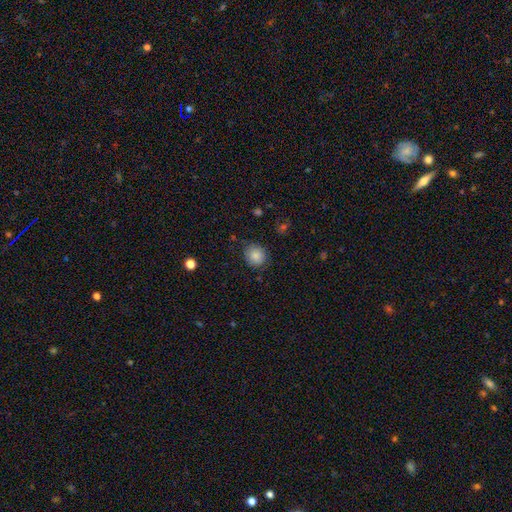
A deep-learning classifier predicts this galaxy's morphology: Smooth or featured: smooth — 84% (star or artifact — 10%)
How rounded: round — 86% (in between — 13%)
Merging: none — 82% (minor disturbance — 14%)